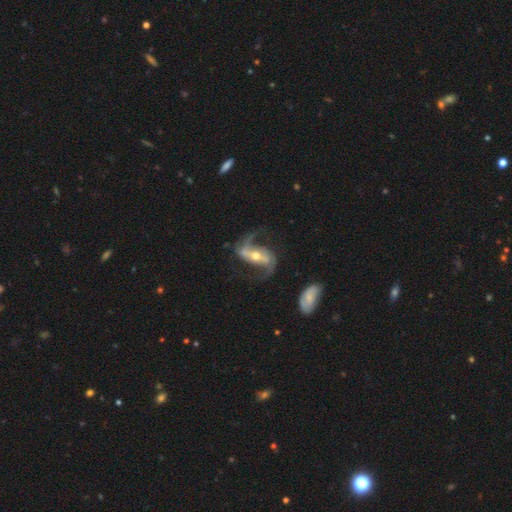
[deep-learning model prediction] A featured or disk galaxy (90%) with a strong bar (62%), 2 (93%) loose (57%) spiral arms (97%) and a moderate central bulge (56%).

Vote fractions:
- Smooth or featured? featured or disk: 90% / smooth: 5% / star or artifact: 4%
- Edge-on disk? no: 95% / yes: 5%
- Bar? strong: 62% / weak: 25% / no: 13%
- Spiral arms? yes: 97% / no: 3%
- Spiral winding? loose: 57% / medium: 35% / tight: 8%
- Spiral arm count? 2: 93% / 1: 2% / can't tell: 2% / 3: 1% / 4: 1% / more than 4: 1%
- Bulge size? moderate: 56% / small: 39% / large: 3% / none: 1% / dominant: 1%
- Merging? none: 72% / minor disturbance: 14% / major disturbance: 11% / merger: 3%